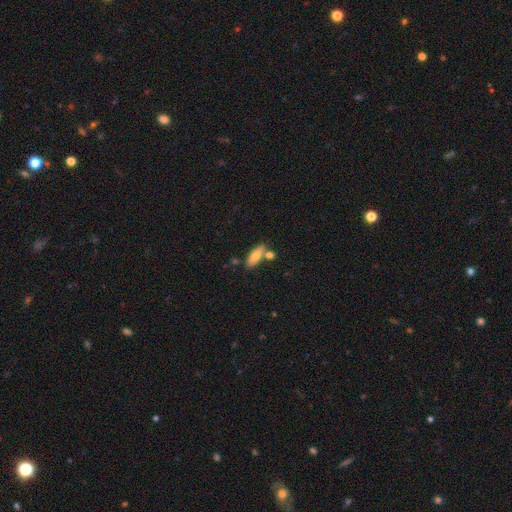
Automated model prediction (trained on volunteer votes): Smooth or featured: smooth — 72% (featured or disk — 21%)
How rounded: in between — 66% (cigar-shaped — 31%)
Merging: none — 67% (merger — 17%)